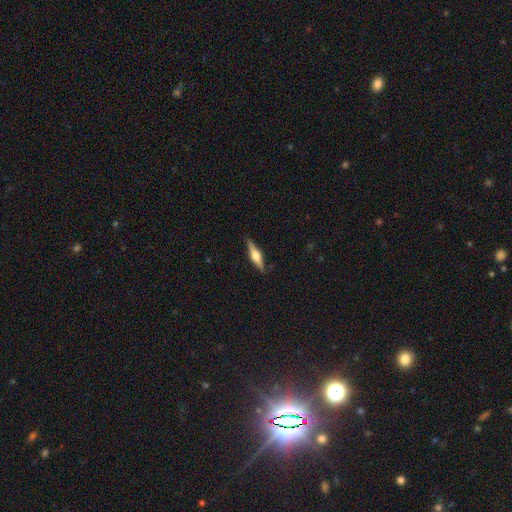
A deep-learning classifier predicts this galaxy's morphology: Overall: featured or disk (71%). Edge-on disk: yes (98%). Edge-on bulge: rounded (91%). Merging: none (89%).